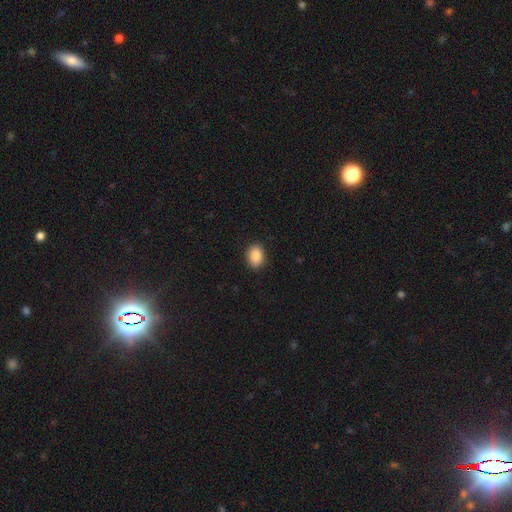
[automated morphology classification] Smooth or featured? Predicted: smooth (p=0.88). How rounded? Predicted: in between (p=0.72). Merging? Predicted: none (p=0.89).